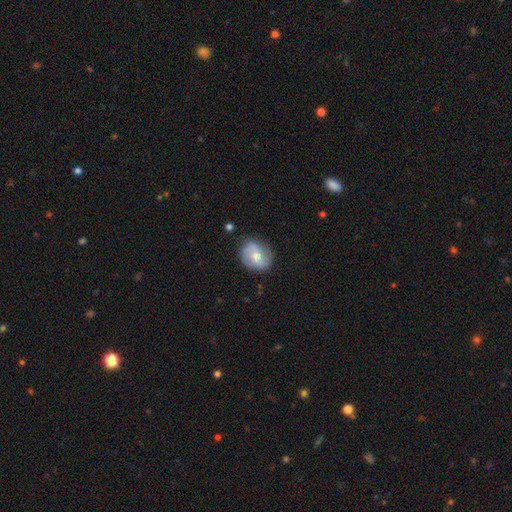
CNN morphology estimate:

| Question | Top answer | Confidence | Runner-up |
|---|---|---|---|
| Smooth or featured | featured or disk | 58% | smooth (35%) |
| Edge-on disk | no | 97% | yes (3%) |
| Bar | weak | 41% | tied: no (41%) |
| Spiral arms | yes | 82% | no (18%) |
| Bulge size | moderate | 52% | small (43%) |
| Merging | none | 77% | minor disturbance (17%) |